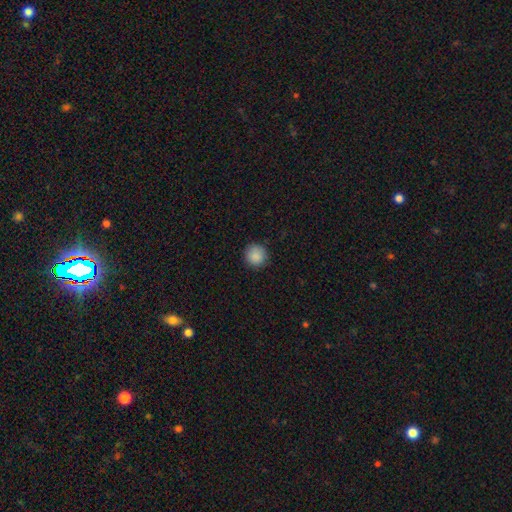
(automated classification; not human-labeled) Morphology: type=smooth (88%); roundness=round (95%); merging=none (91%).